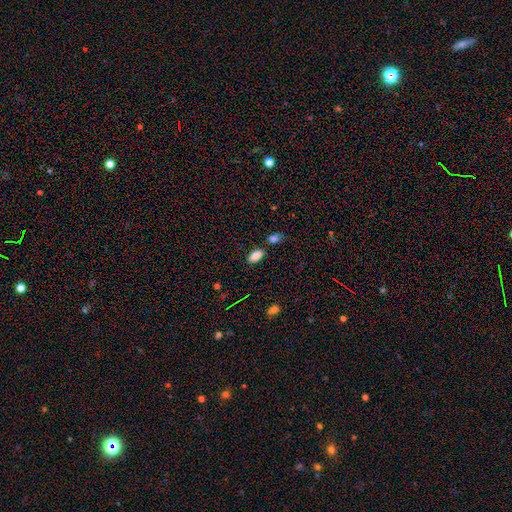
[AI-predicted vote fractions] smooth_or_featured: smooth (p=0.85) [alt: star or artifact p=0.10]
how_rounded: in between (p=0.90) [alt: cigar-shaped p=0.06]
merging: none (p=0.77) [alt: minor disturbance p=0.13]